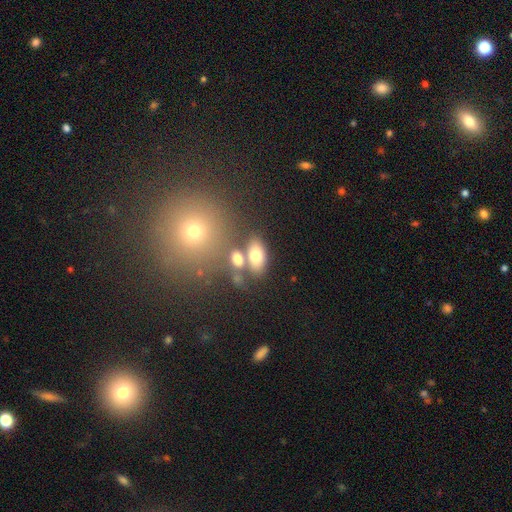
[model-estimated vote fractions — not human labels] Smooth or featured? smooth (73%)
How rounded? in between (85%)
Merging? none (60%)